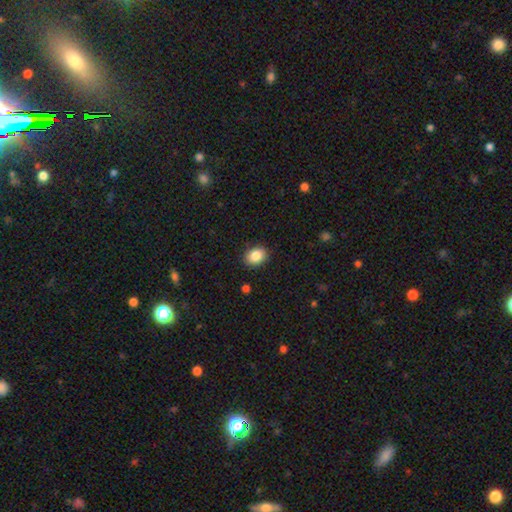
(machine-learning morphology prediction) Q: Smooth or featured?
A: smooth (86%); runner-up: star or artifact (8%)
Q: How rounded?
A: in between (63%); runner-up: round (36%)
Q: Merging?
A: none (89%); runner-up: minor disturbance (8%)